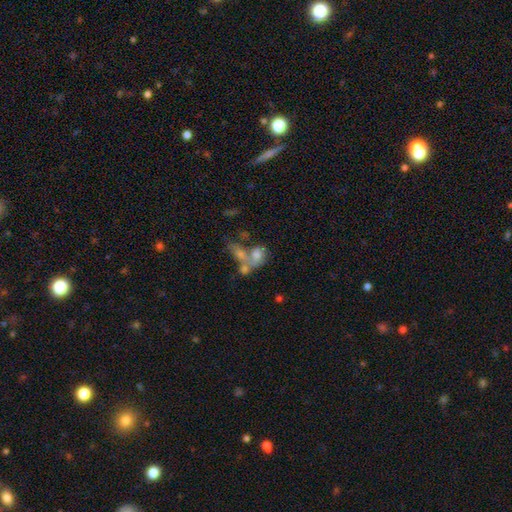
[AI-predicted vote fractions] The model was most divided on "smooth or featured": smooth: 53%, featured or disk: 34%, star or artifact: 13%. More confident: how rounded — in between (75%); merging — merger (62%).